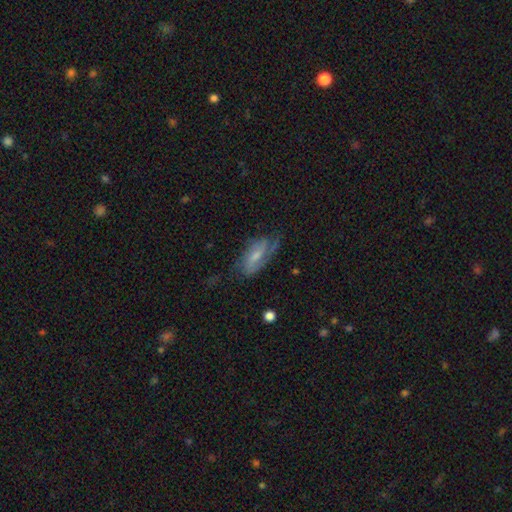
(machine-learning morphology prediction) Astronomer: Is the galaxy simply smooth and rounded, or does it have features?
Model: featured or disk — 63%.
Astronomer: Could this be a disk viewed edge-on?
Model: no — 92%.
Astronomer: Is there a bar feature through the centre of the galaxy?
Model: weak — 43% (runner-up: no, 41%).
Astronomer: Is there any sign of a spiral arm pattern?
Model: yes — 88%.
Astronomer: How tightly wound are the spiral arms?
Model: medium — 44% (runner-up: tight, 31%).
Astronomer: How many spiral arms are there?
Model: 2 — 57%.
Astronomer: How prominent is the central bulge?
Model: small — 45% (runner-up: moderate, 38%).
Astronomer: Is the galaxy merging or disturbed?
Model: none — 58%.